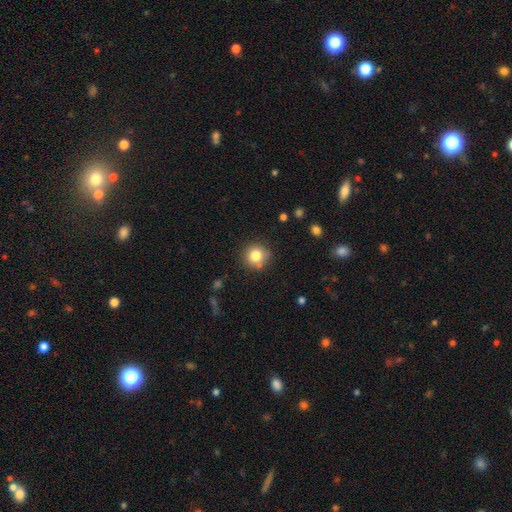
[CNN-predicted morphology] This is clearly a smooth galaxy (80%). How rounded: clearly round (91%). Merging: likely none (78%).